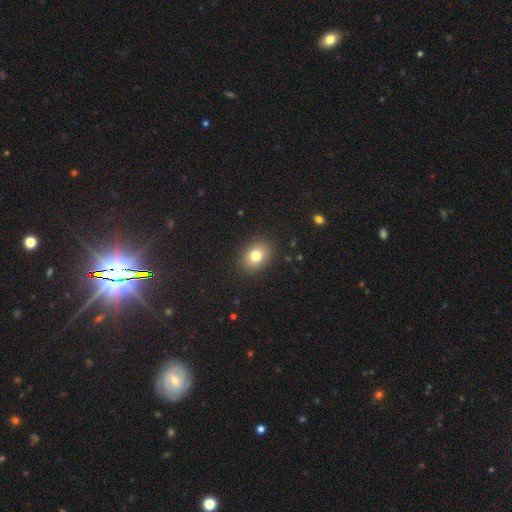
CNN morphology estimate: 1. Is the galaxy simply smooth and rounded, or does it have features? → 79% smooth, 11% star or artifact, 10% featured or disk.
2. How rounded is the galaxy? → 56% in between, 43% round, 1% cigar-shaped.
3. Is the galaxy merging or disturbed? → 89% none, 8% minor disturbance, 3% major disturbance, 1% merger.